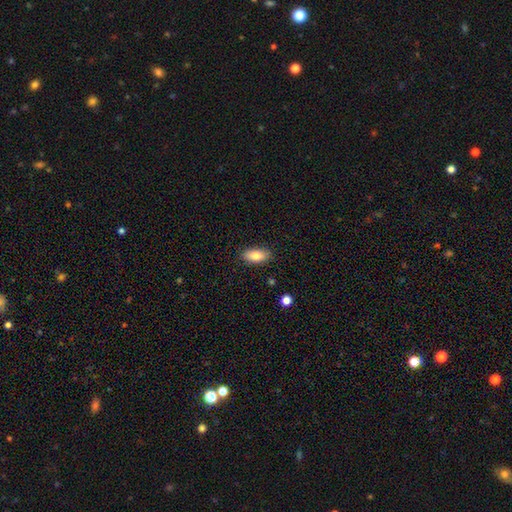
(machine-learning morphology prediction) Smooth or featured? smooth (79%)
How rounded? in between (87%)
Merging? none (87%)